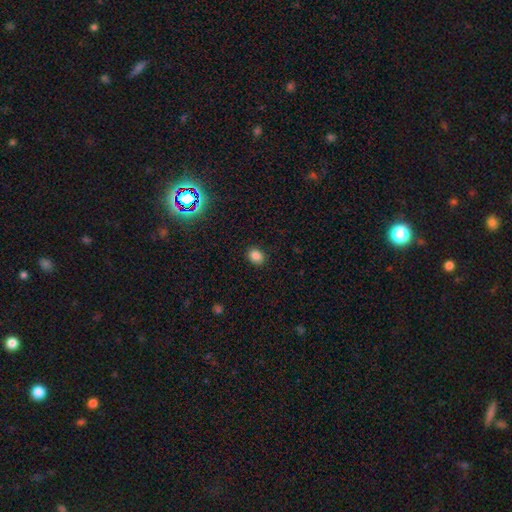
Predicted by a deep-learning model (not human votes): Smooth or featured? smooth (84%)
How rounded? round (51%)
Merging? none (90%)